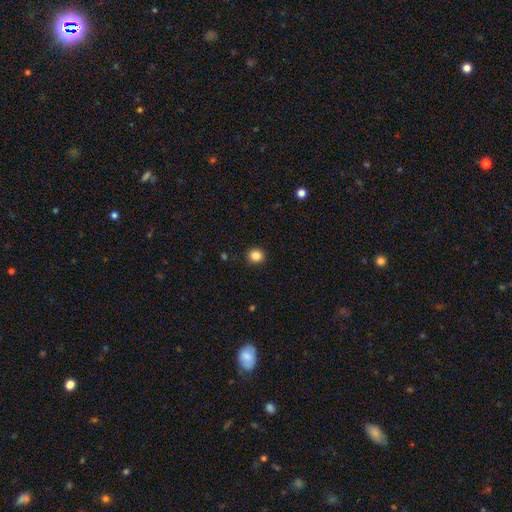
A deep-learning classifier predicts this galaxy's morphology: The model was most divided on "smooth or featured": smooth: 86%, star or artifact: 11%, featured or disk: 3%. More confident: merging — none (91%); how rounded — round (88%).